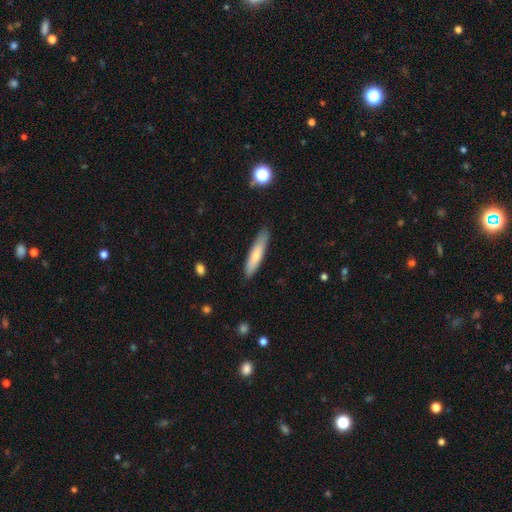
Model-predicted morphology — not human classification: Smooth or featured? smooth (72%)
How rounded? cigar-shaped (84%)
Merging? none (84%)